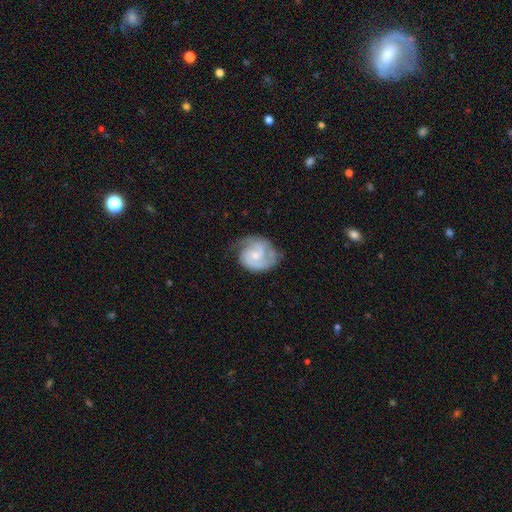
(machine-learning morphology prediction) smooth-or-featured: featured or disk: 81% | smooth: 14% | star or artifact: 5%
  disk-edge-on: no: 98% | yes: 2%
    bar: no: 63% | weak: 33% | strong: 4%
    has-spiral-arms: yes: 95% | no: 5%
      spiral-winding: tight: 50% | medium: 40% | loose: 11%
      spiral-arm-count: 2: 67% | can't tell: 13% | 3: 10% | 1: 6% | 4: 2% | more than 4: 2%
    bulge-size: small: 59% | moderate: 33% | none: 5% | large: 2% | dominant: 1%
  merging: none: 63% | minor disturbance: 25% | major disturbance: 11% | merger: 2%